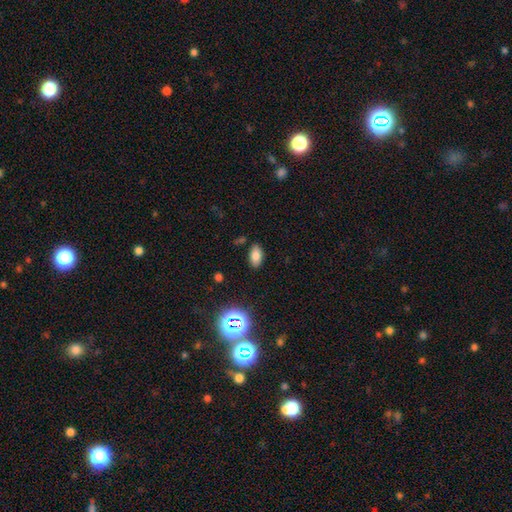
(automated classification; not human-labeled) Smooth or featured? Predicted: smooth (p=0.78). How rounded? Predicted: in between (p=0.91). Merging? Predicted: none (p=0.85).